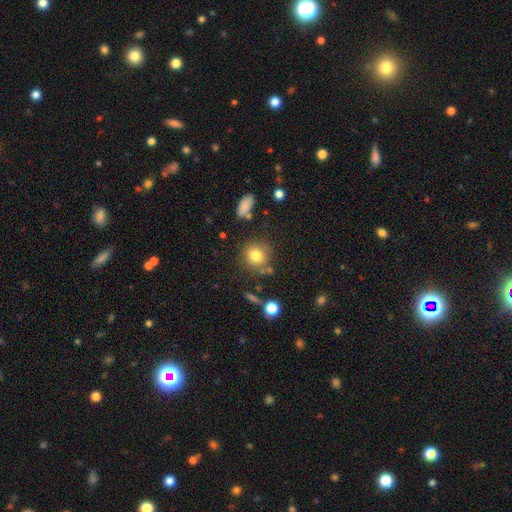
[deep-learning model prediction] A smooth galaxy with no disk features (80%) that is round (86%).

Vote fractions:
- Smooth or featured? smooth: 80% / star or artifact: 11% / featured or disk: 9%
- How rounded? round: 86% / in between: 13% / cigar-shaped: 1%
- Merging? none: 76% / minor disturbance: 12% / merger: 7% / major disturbance: 4%